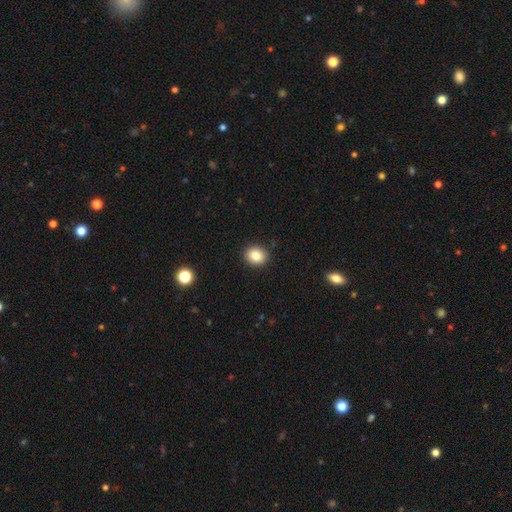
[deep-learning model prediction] Smooth or featured? smooth (83%)
How rounded? round (68%)
Merging? none (91%)